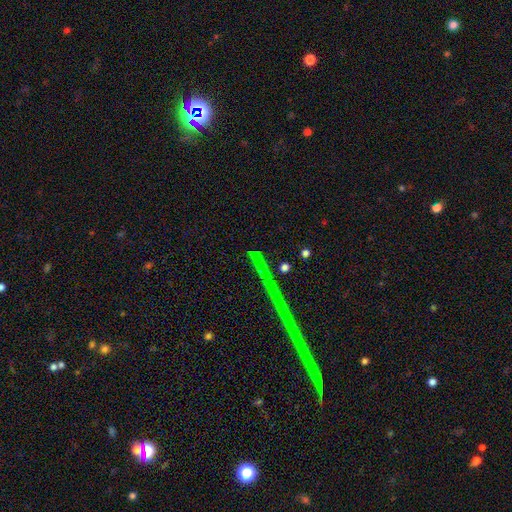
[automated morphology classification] The model was most divided on "smooth or featured": star or artifact: 68%, smooth: 17%, featured or disk: 15%.